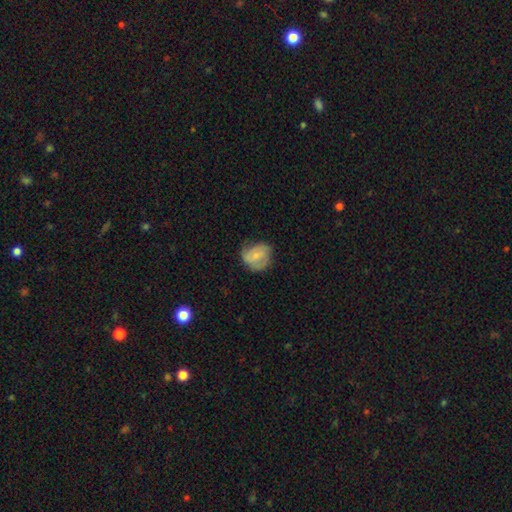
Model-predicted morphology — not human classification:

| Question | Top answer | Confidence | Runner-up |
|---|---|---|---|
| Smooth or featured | smooth | 57% | featured or disk (36%) |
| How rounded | round | 66% | in between (33%) |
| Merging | none | 52% | minor disturbance (33%) |